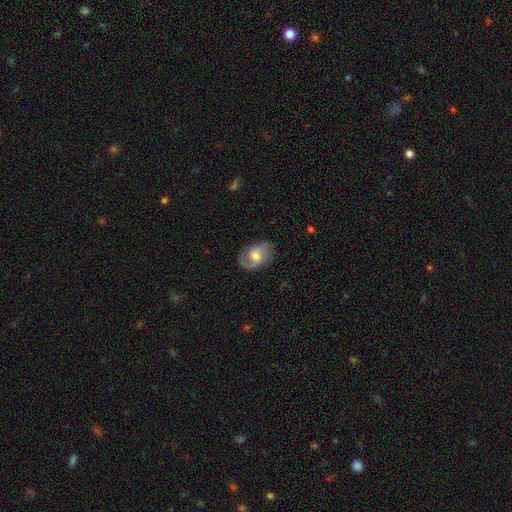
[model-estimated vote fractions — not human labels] The model was most divided on "bar": no: 49%, weak: 43%, strong: 8%. Remaining: edge-on disk — no (97%); spiral arms — yes (92%); merging — none (72%); smooth or featured — featured or disk (72%); spiral arm count — 2 (71%); bulge size — moderate (59%); spiral winding — medium (48%).